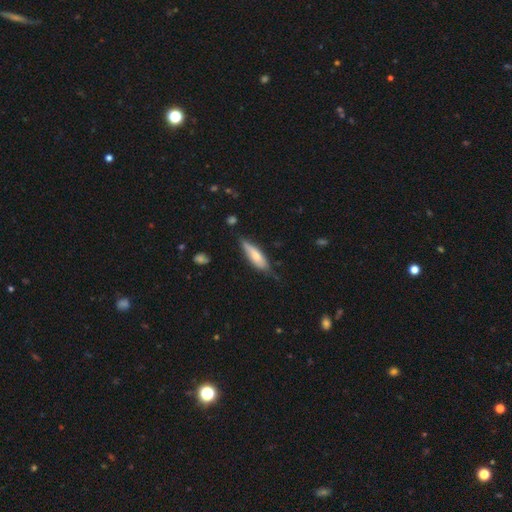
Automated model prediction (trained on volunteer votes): A smooth galaxy with no disk features (63%) that is cigar-shaped (53%). Merging: none (61%).